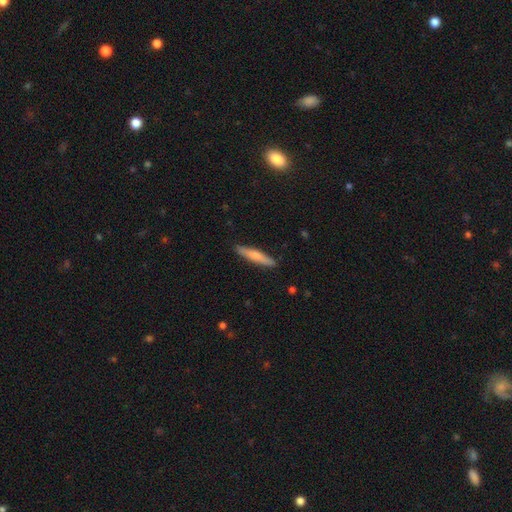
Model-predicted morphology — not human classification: smooth_or_featured: smooth (p=0.67) [alt: featured or disk p=0.28]
how_rounded: cigar-shaped (p=0.90) [alt: in between p=0.09]
merging: none (p=0.90) [alt: minor disturbance p=0.08]